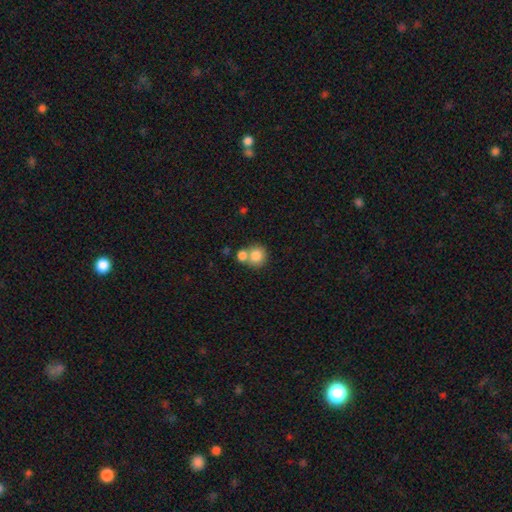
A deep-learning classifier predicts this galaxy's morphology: A smooth galaxy with no disk features (81%) that is round (86%).

Vote fractions:
- Smooth or featured? smooth: 81% / featured or disk: 10% / star or artifact: 9%
- How rounded? round: 86% / in between: 13% / cigar-shaped: 1%
- Merging? none: 49% / merger: 40% / minor disturbance: 8% / major disturbance: 3%